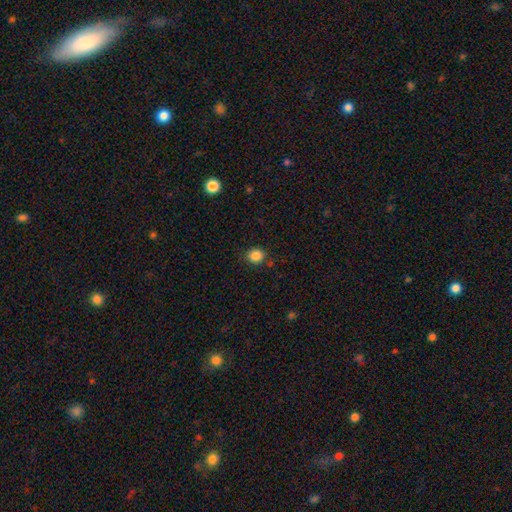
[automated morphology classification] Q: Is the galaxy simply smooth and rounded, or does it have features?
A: smooth — 85%.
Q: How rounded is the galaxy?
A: round — 81%.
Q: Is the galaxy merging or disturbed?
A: none — 84%.